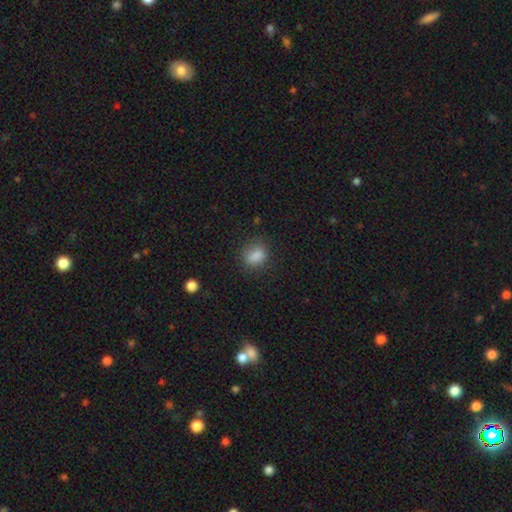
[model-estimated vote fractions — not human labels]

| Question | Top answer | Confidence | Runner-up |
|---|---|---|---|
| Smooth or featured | smooth | 83% | star or artifact (10%) |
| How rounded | in between | 55% | round (43%) |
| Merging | none | 73% | minor disturbance (18%) |